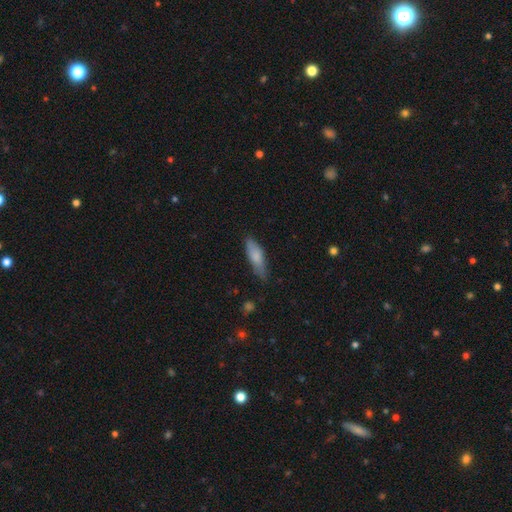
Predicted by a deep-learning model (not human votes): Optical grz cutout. It shows a smooth galaxy with no disk features (78%) that is cigar-shaped (51%). Merging: none (73%).